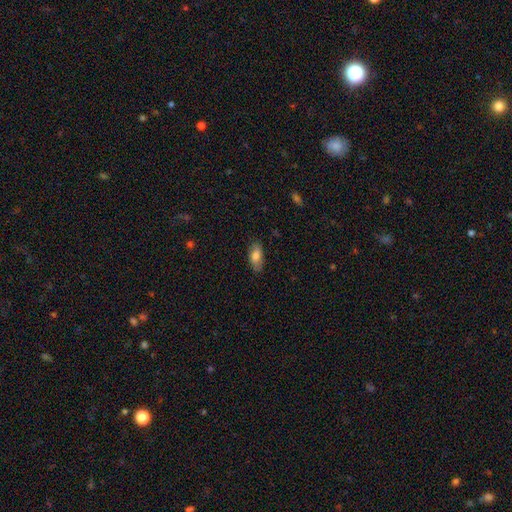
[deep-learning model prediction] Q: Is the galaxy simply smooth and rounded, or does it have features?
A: smooth — 78%.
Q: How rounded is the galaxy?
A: in between — 88%.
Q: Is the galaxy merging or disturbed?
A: none — 81%.